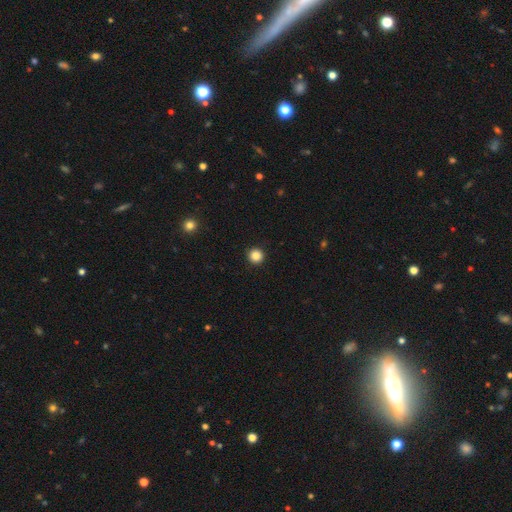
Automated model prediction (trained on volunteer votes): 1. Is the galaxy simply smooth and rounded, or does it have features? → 86% smooth, 11% star or artifact, 3% featured or disk.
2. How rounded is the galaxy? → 96% round, 3% in between, 1% cigar-shaped.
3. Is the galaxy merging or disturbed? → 93% none, 4% minor disturbance, 1% major disturbance, 1% merger.